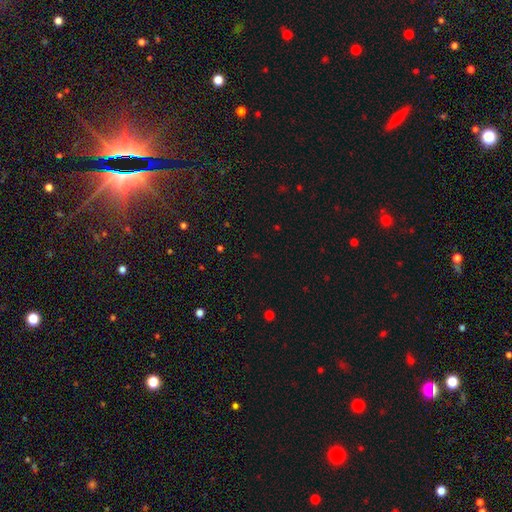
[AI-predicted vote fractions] This appears to be a star or artifact, not a galaxy (65%).